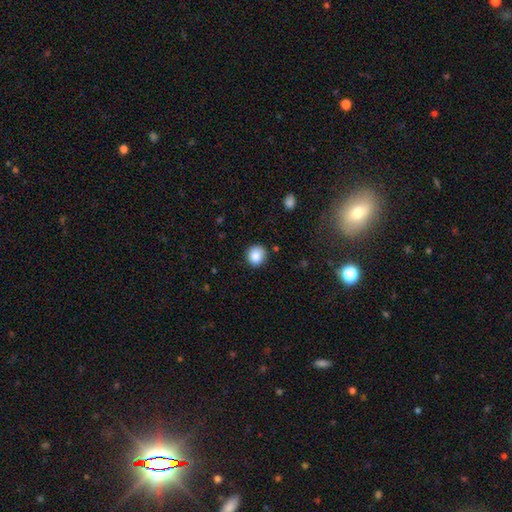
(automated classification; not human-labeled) This appears to be a smooth galaxy with no disk features (86%) that is round (87%). Merging: none (88%).